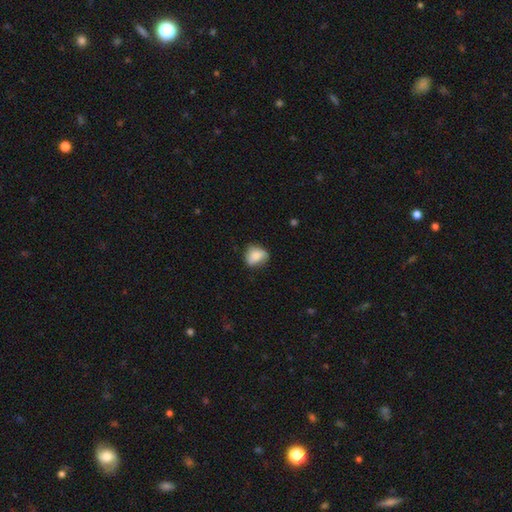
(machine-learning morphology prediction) Smooth or featured: smooth — 75% (featured or disk — 18%)
How rounded: round — 55% (in between — 43%)
Merging: none — 64% (minor disturbance — 28%)